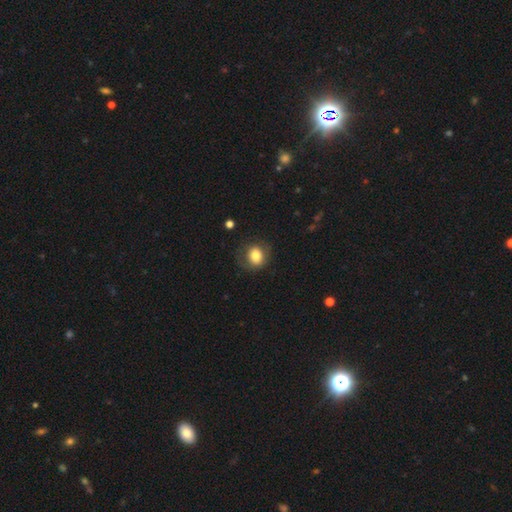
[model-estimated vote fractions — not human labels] Smooth or featured: smooth — 75% (featured or disk — 17%)
How rounded: round — 59% (in between — 40%)
Merging: none — 75% (minor disturbance — 15%)